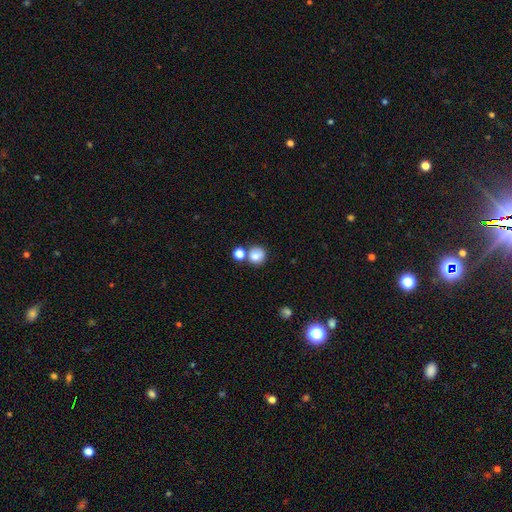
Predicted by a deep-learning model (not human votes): This is clearly a smooth galaxy (81%). How rounded: clearly round (88%). Merging: likely none (61%).